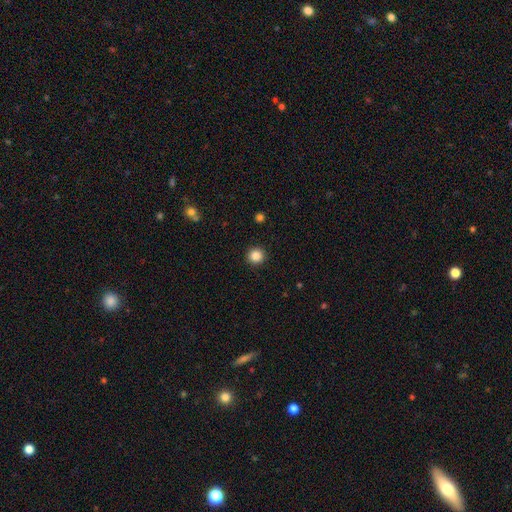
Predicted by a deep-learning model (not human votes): Smooth or featured? smooth (86%)
How rounded? round (94%)
Merging? none (92%)